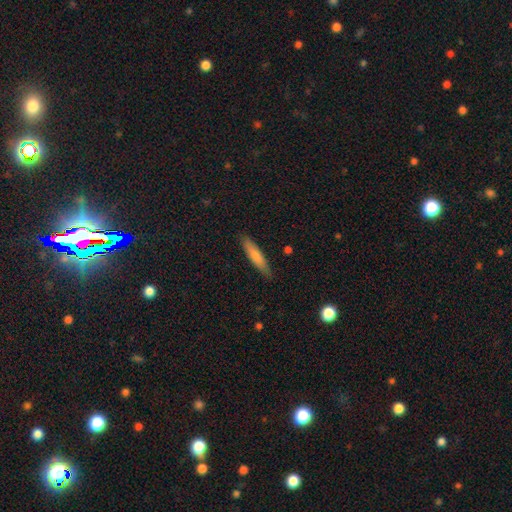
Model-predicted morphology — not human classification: Smooth or featured? Predicted: smooth (p=0.74). How rounded? Predicted: cigar-shaped (p=0.83). Merging? Predicted: none (p=0.86).